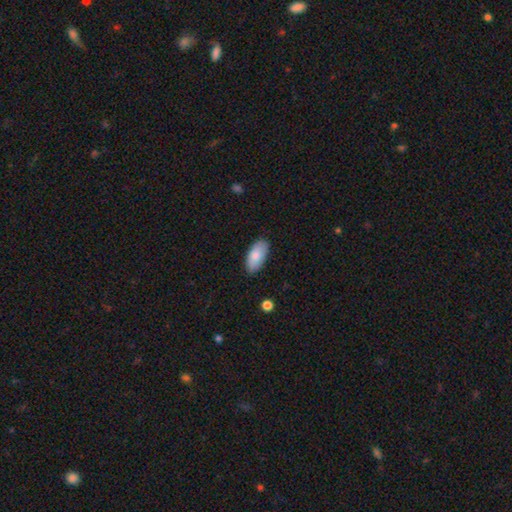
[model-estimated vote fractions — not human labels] Smooth or featured?
  - smooth: 84% *
  - featured or disk: 10%
  - star or artifact: 6%
How rounded?
  - in between: 93% *
  - cigar-shaped: 5%
  - round: 2%
Merging?
  - none: 84% *
  - minor disturbance: 12%
  - major disturbance: 2%
  - merger: 1%